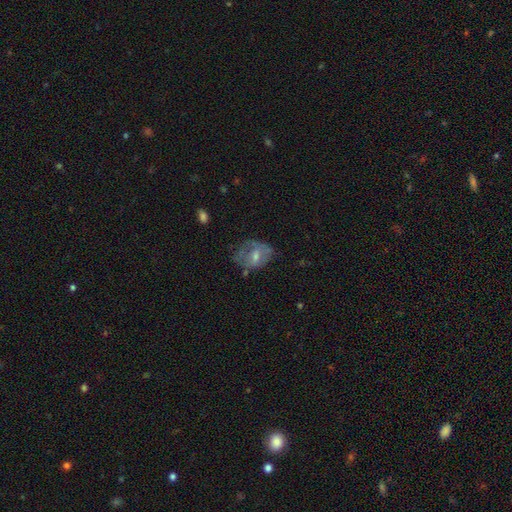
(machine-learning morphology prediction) The model was most divided on "smooth or featured": featured or disk: 49%, smooth: 39%, star or artifact: 11%. More confident: merging — none (50%).